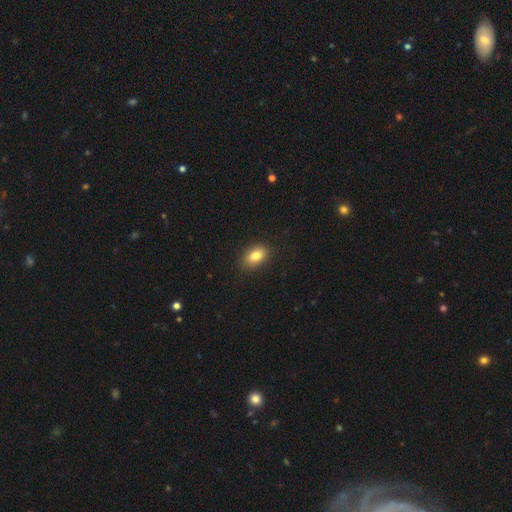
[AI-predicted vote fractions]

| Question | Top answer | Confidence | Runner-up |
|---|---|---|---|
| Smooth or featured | smooth | 83% | star or artifact (9%) |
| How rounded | in between | 83% | round (15%) |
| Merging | none | 88% | minor disturbance (9%) |